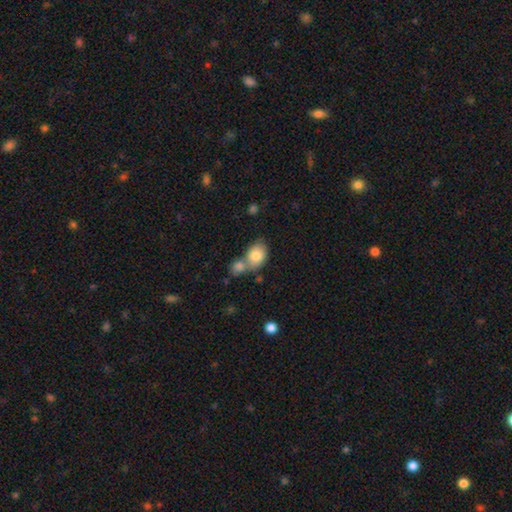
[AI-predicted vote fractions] This is clearly a smooth galaxy (82%). How rounded: likely in between (71%). Merging: possibly merger (53%).